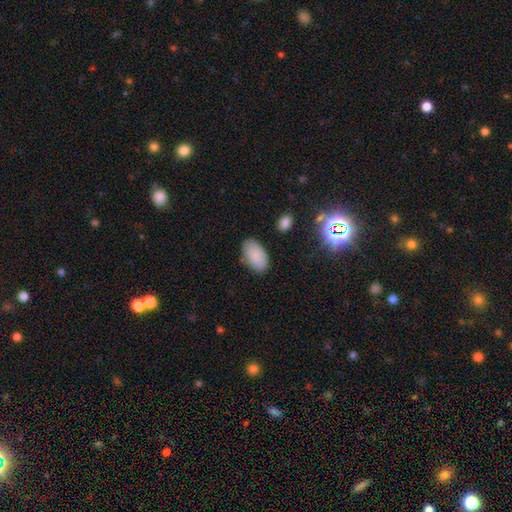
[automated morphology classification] This appears to be a smooth galaxy with no disk features (86%) that is in between round and cigar-shaped (95%). Merging: none (82%).